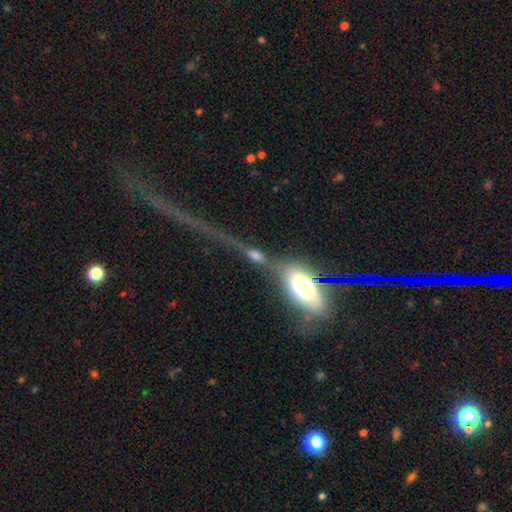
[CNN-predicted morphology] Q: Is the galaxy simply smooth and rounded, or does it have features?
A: featured or disk — 46%.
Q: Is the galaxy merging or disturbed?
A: none — 37%.